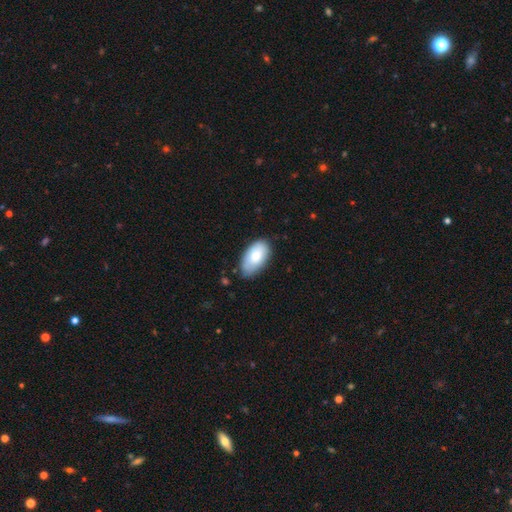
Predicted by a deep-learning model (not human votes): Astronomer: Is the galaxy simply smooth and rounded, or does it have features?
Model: smooth — 81%.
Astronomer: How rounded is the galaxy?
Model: in between — 95%.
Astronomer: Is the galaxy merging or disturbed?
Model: none — 72%.